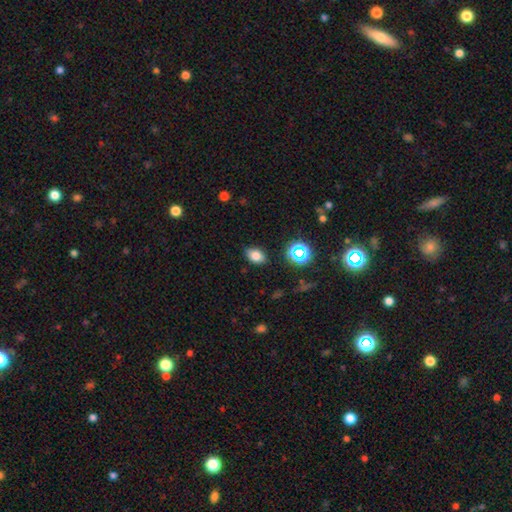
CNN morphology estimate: This appears to be a smooth galaxy with no disk features (77%) that is in between round and cigar-shaped (80%). Merging: none (84%).